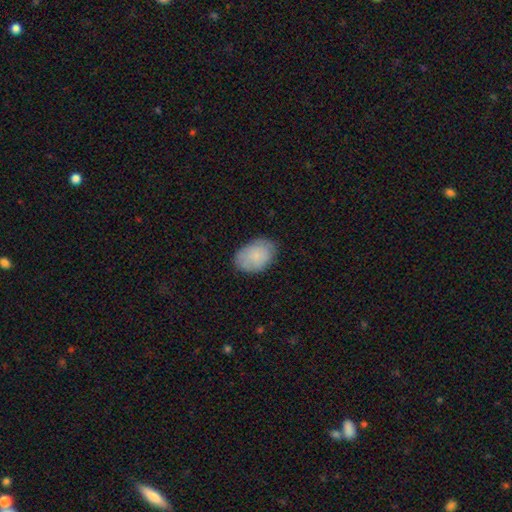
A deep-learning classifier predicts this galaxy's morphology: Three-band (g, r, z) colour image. It shows a smooth galaxy with no disk features (80%) that is in between round and cigar-shaped (84%). Merging: none (78%).